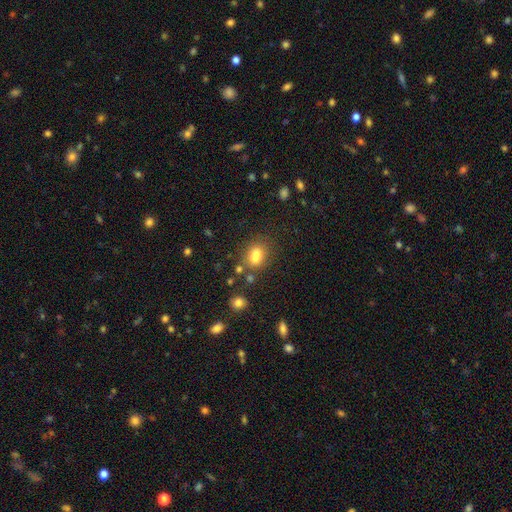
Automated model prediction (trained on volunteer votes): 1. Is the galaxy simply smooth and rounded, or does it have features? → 75% smooth, 13% star or artifact, 12% featured or disk.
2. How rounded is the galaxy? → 60% in between, 38% round, 2% cigar-shaped.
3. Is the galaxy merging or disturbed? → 48% none, 31% merger, 14% minor disturbance, 6% major disturbance.